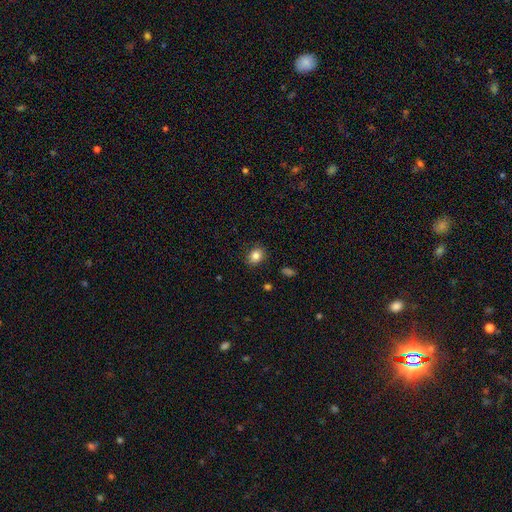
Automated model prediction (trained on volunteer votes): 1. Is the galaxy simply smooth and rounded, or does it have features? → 83% smooth, 10% star or artifact, 7% featured or disk.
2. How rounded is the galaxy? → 53% round, 46% in between, 1% cigar-shaped.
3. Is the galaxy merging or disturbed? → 85% none, 11% minor disturbance, 3% major disturbance, 1% merger.